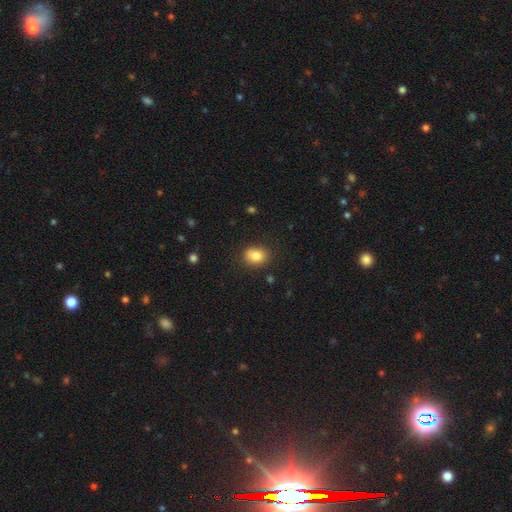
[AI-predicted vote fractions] Smooth or featured? Predicted: smooth (p=0.83). How rounded? Predicted: in between (p=0.54). Merging? Predicted: none (p=0.79).